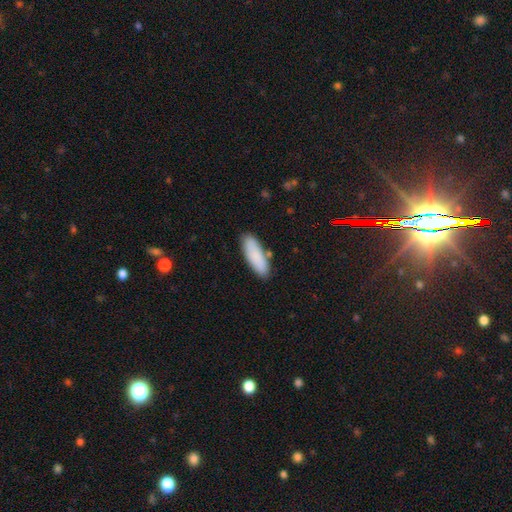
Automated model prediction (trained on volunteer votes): Q: Smooth or featured?
A: smooth (85%); runner-up: featured or disk (9%)
Q: How rounded?
A: in between (59%); runner-up: cigar-shaped (39%)
Q: Merging?
A: none (81%); runner-up: minor disturbance (13%)